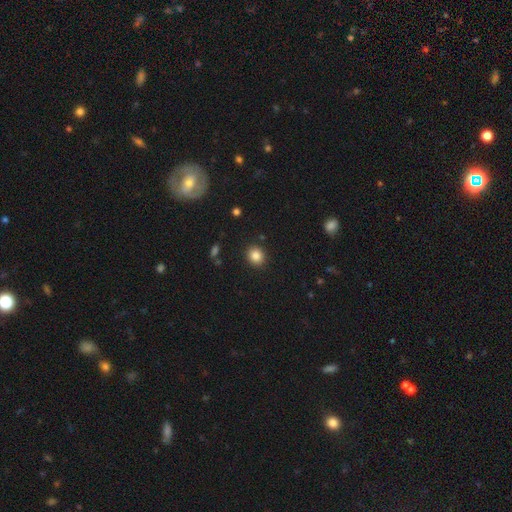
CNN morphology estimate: smooth_or_featured: smooth (p=0.85) [alt: star or artifact p=0.10]
how_rounded: round (p=0.78) [alt: in between p=0.21]
merging: none (p=0.90) [alt: minor disturbance p=0.06]